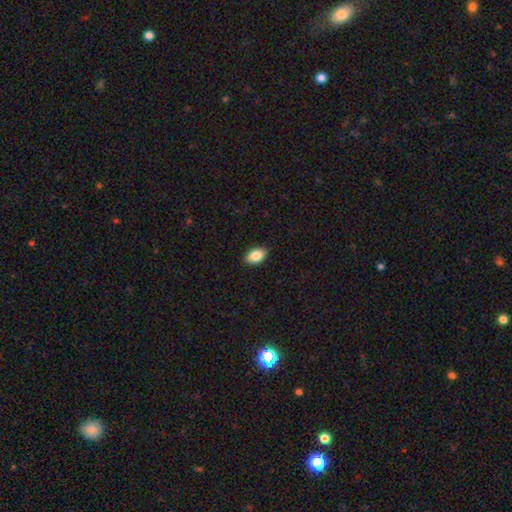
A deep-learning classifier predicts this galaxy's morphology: smooth 87%, star or artifact 7%, featured or disk 5%. Down the decision tree: how rounded — in between (90%); merging — none (89%).